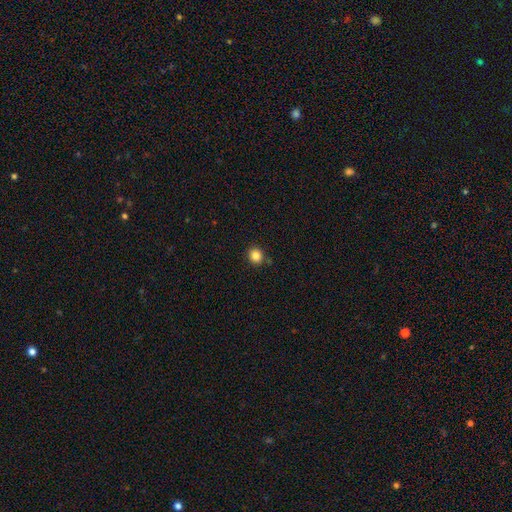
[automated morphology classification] A smooth galaxy with no disk features (84%) that is round (85%).

Vote fractions:
- Smooth or featured? smooth: 84% / star or artifact: 11% / featured or disk: 4%
- How rounded? round: 85% / in between: 14% / cigar-shaped: 1%
- Merging? none: 85% / minor disturbance: 9% / merger: 3% / major disturbance: 2%